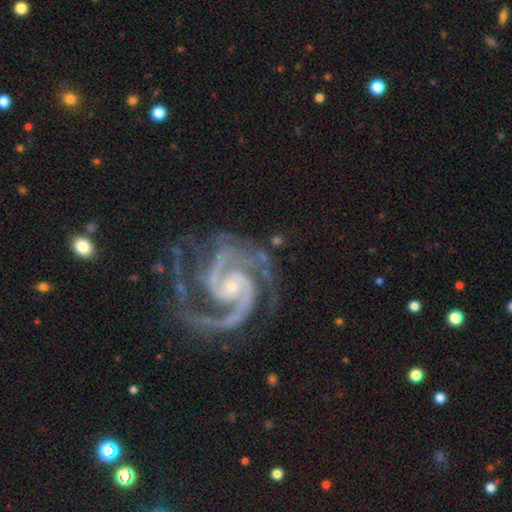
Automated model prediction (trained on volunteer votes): smooth_or_featured: featured or disk (p=0.94) [alt: star or artifact p=0.04]
disk_edge_on: no (p=0.98) [alt: yes p=0.02]
bar: no (p=0.58) [alt: weak p=0.29]
has_spiral_arms: yes (p=0.99) [alt: no p=0.01]
spiral_winding: medium (p=0.49) [alt: tight p=0.46]
spiral_arm_count: 2 (p=0.67) [alt: 3 p=0.19]
bulge_size: small (p=0.73) [alt: moderate p=0.22]
merging: none (p=0.67) [alt: minor disturbance p=0.19]